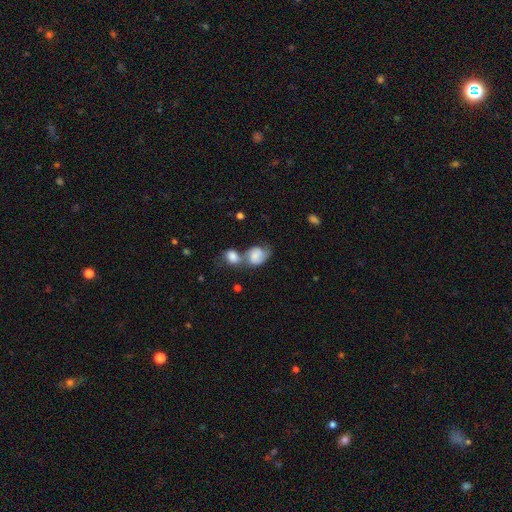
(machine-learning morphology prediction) A smooth galaxy with no disk features (65%) that is in between round and cigar-shaped (60%).

Vote fractions:
- Smooth or featured? smooth: 65% / featured or disk: 26% / star or artifact: 8%
- How rounded? in between: 60% / round: 39% / cigar-shaped: 1%
- Merging? merger: 58% / none: 21% / minor disturbance: 13% / major disturbance: 9%